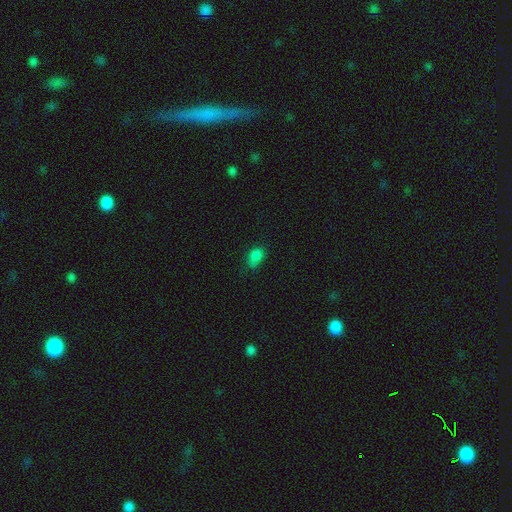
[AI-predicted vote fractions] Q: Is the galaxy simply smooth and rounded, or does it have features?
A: smooth — 81%.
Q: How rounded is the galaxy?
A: in between — 83%.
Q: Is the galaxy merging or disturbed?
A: none — 51%.